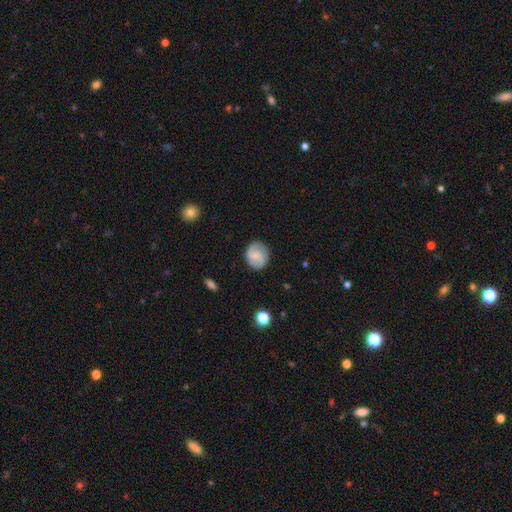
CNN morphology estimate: Smooth or featured: featured or disk — 54% (smooth — 39%)
Edge-on disk: no — 98% (yes — 2%)
Bar: weak — 46% (no — 43%)
Spiral arms: yes — 89% (no — 11%)
Bulge size: small — 38% (none — 37%)
Merging: none — 81% (minor disturbance — 13%)